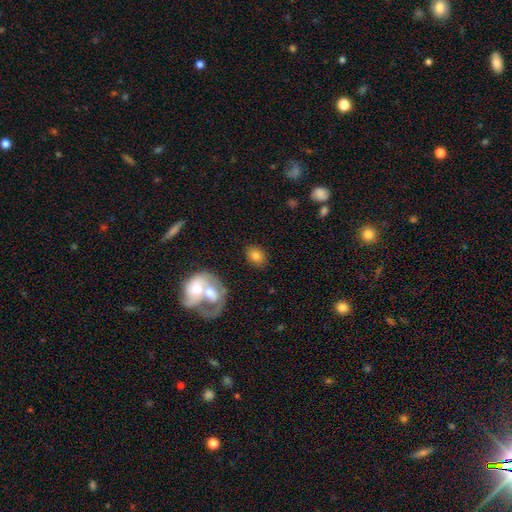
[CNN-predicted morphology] The model was most divided on "how rounded": in between: 66%, round: 33%, cigar-shaped: 1%. More confident: merging — none (75%); smooth or featured — smooth (74%).